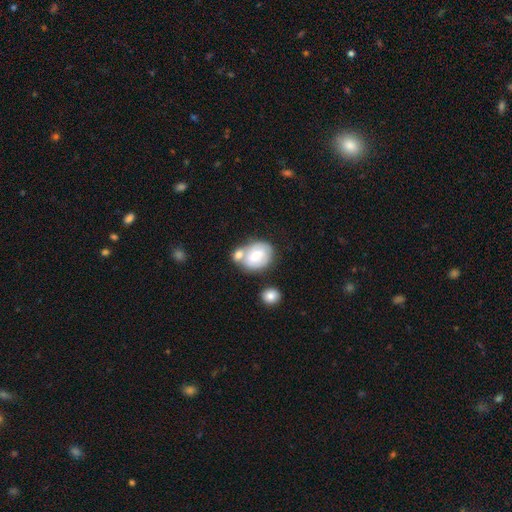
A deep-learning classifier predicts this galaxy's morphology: The model was most divided on "merging" (2-way tie): none: 38%, merger: 38%, minor disturbance: 17%, major disturbance: 7%. More confident: how rounded — in between (61%); smooth or featured — smooth (60%).